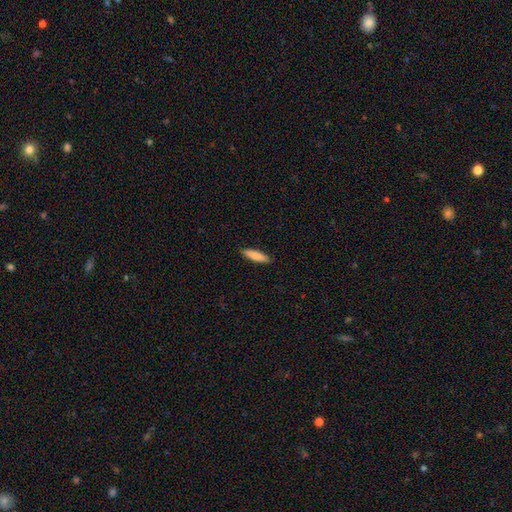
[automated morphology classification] This is clearly a smooth galaxy (84%). How rounded: likely cigar-shaped (75%). Merging: clearly none (90%).